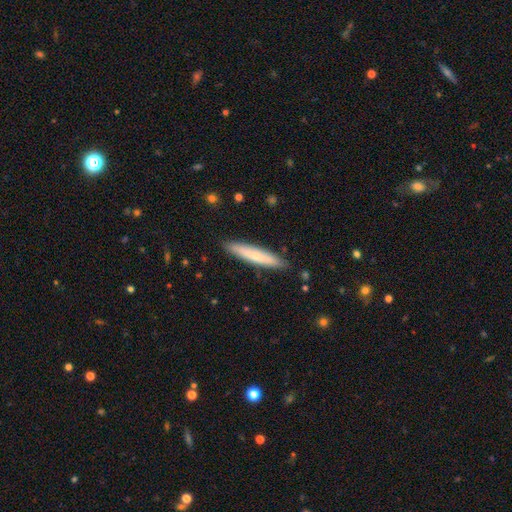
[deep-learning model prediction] Smooth or featured: smooth — 64% (featured or disk — 30%)
How rounded: cigar-shaped — 91% (in between — 8%)
Merging: none — 89% (minor disturbance — 8%)